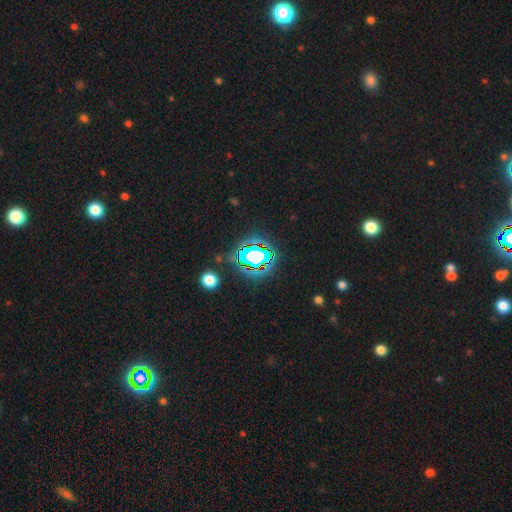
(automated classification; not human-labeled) This is likely a star or artifact rather than a galaxy (71%).